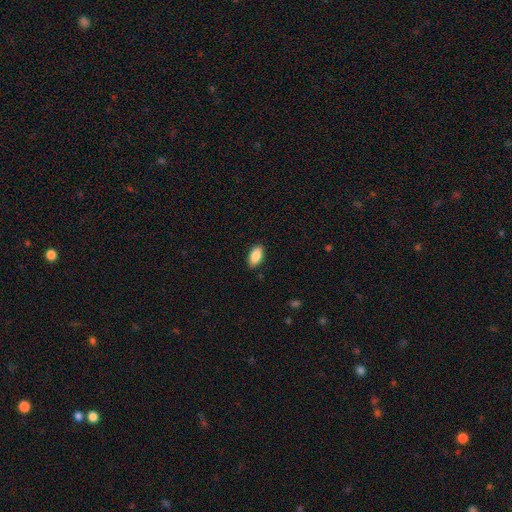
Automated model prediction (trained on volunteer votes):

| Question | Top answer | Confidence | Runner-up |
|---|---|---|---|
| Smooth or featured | smooth | 87% | star or artifact (7%) |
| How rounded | in between | 92% | cigar-shaped (4%) |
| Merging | none | 87% | minor disturbance (10%) |